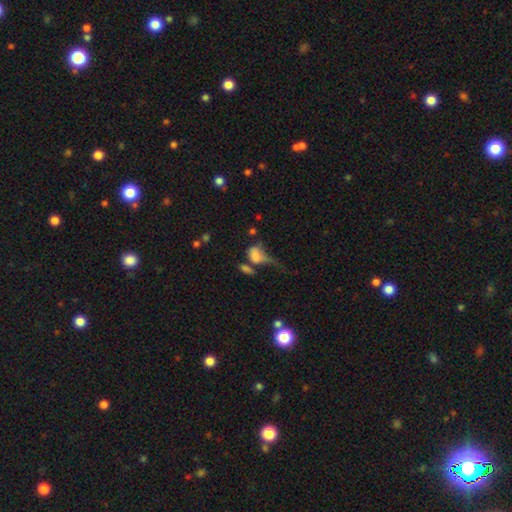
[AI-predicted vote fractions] Smooth or featured?
  - smooth: 66% *
  - featured or disk: 21%
  - star or artifact: 13%
How rounded?
  - in between: 77% *
  - round: 19%
  - cigar-shaped: 5%
Merging?
  - major disturbance: 42% *
  - merger: 24%
  - minor disturbance: 17%
  - none: 17%